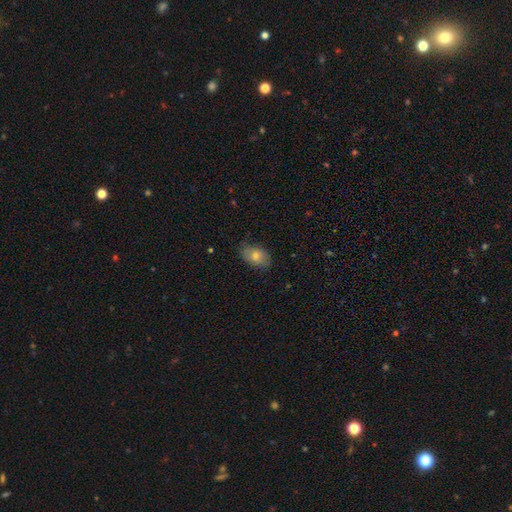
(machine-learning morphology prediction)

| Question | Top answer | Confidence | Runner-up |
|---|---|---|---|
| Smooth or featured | smooth | 69% | featured or disk (22%) |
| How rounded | in between | 88% | round (10%) |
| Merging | none | 75% | minor disturbance (20%) |